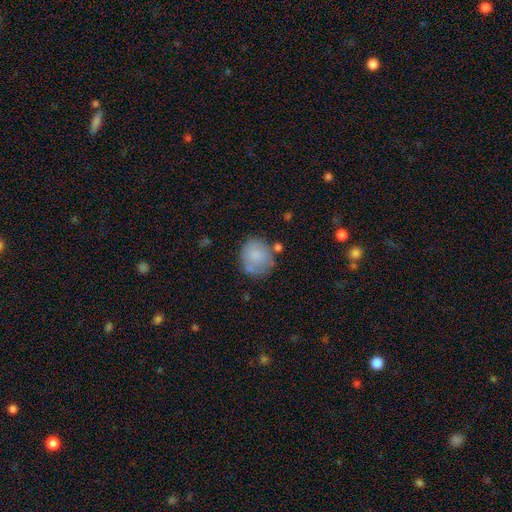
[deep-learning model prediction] smooth_or_featured: smooth (p=0.77) [alt: featured or disk p=0.15]
how_rounded: round (p=0.82) [alt: in between p=0.17]
merging: none (p=0.61) [alt: minor disturbance p=0.21]